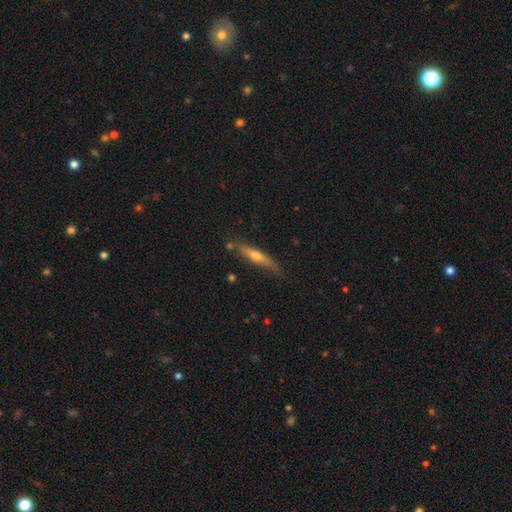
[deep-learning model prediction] Overall: featured or disk (55%; smooth 39%). Edge-on disk: yes (92%). Edge-on bulge: rounded (84%). Merging: none (78%).